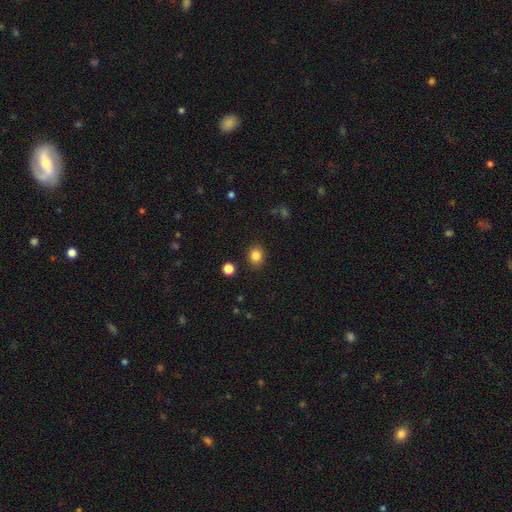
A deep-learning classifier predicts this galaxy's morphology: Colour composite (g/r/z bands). It shows a smooth galaxy with no disk features (84%) that is round (64%). Merging: none (88%).